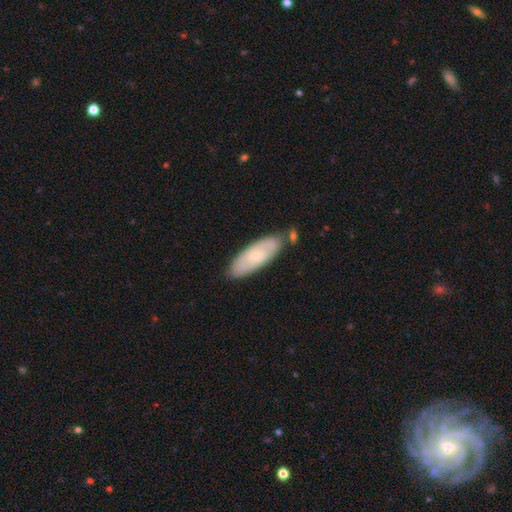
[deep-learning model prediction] smooth 59%, featured or disk 35%, star or artifact 6%. Down the decision tree: how rounded — in between (64%); merging — none (74%).